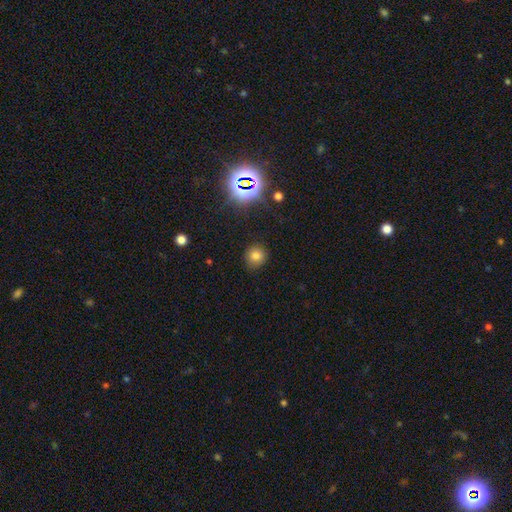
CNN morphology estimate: A smooth galaxy with no disk features (76%) that is round (87%).

Vote fractions:
- Smooth or featured? smooth: 76% / star or artifact: 18% / featured or disk: 7%
- How rounded? round: 87% / in between: 12% / cigar-shaped: 1%
- Merging? none: 85% / minor disturbance: 10% / major disturbance: 3% / merger: 1%